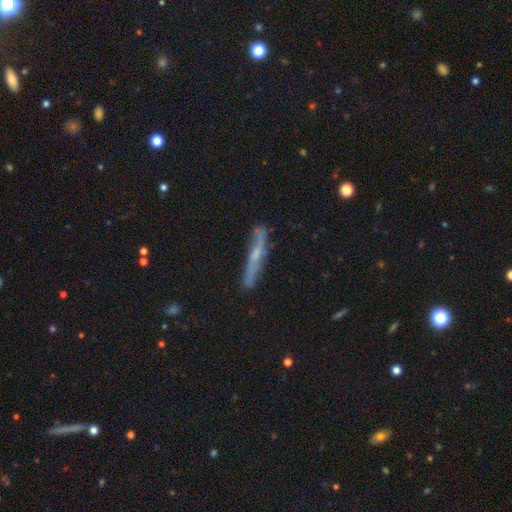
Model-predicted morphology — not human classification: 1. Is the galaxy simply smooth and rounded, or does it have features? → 63% featured or disk, 29% smooth, 8% star or artifact.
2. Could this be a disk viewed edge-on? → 80% yes, 20% no.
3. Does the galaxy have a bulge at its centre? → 59% rounded, 34% none, 7% boxy.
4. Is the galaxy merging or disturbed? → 75% none, 19% minor disturbance, 4% major disturbance, 2% merger.